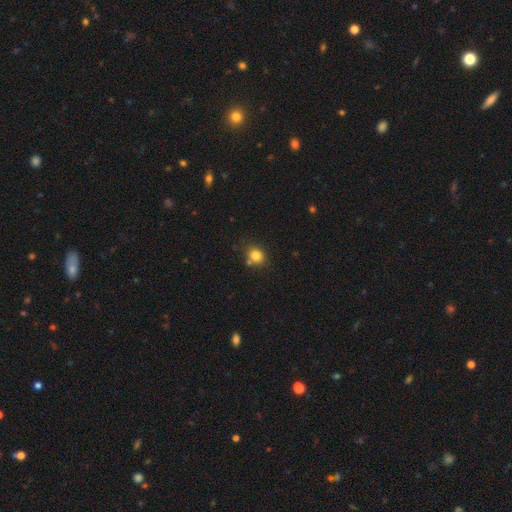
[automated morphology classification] smooth 82%, star or artifact 12%, featured or disk 6%. Down the decision tree: how rounded — round (72%); merging — none (74%).